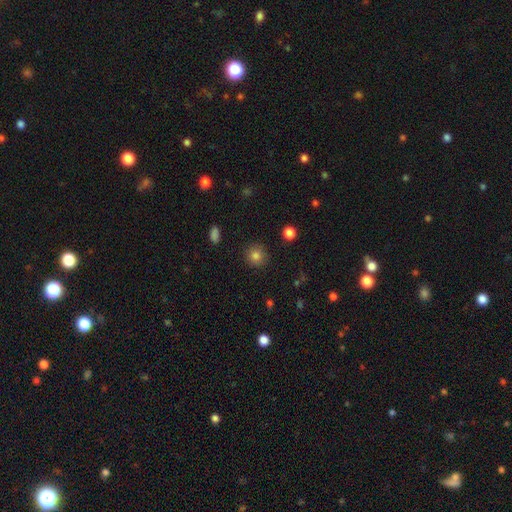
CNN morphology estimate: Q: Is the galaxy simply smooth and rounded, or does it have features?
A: smooth — 82%.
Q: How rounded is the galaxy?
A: round — 92%.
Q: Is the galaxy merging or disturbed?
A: none — 90%.